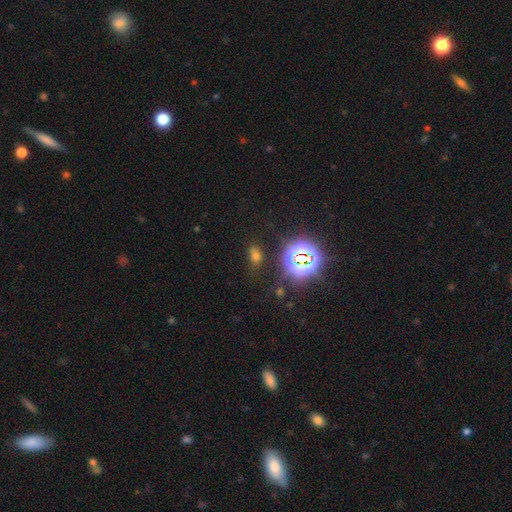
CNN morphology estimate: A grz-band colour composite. It shows a smooth galaxy with no disk features (52%) that is in between round and cigar-shaped (80%). Merging: none (70%).